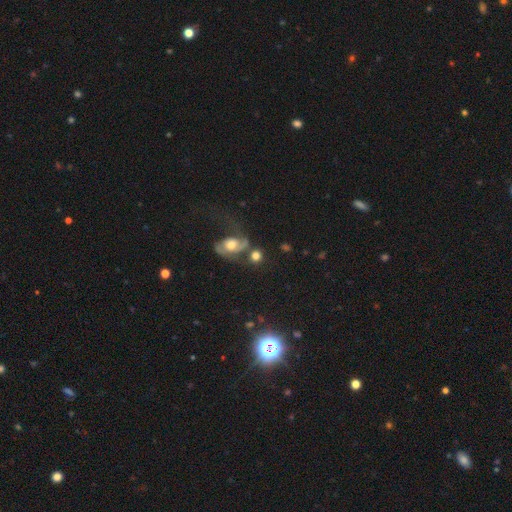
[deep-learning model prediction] Smooth or featured? Predicted: smooth (p=0.64). How rounded? Predicted: round (p=0.75). Merging? Predicted: none (p=0.48).